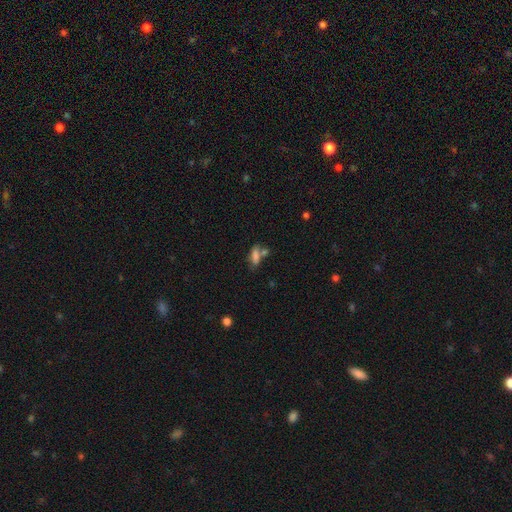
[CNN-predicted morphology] Overall: smooth (74%). How rounded: in between (70%). Merging: none (42%; merger 34%).